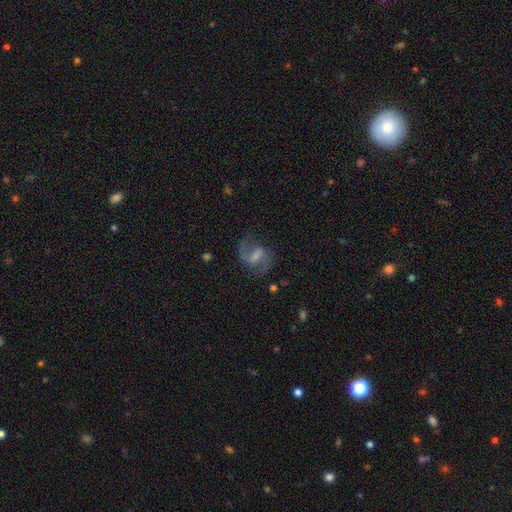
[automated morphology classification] Overall: featured or disk (81%). Edge-on disk: no (97%). Bar: weak (52%; strong 31%). Spiral arms: yes (94%). Spiral arm count: 2 (87%). Spiral winding: medium (51%; loose 38%). Bulge size: none (33%; small 32%). Merging: none (71%).